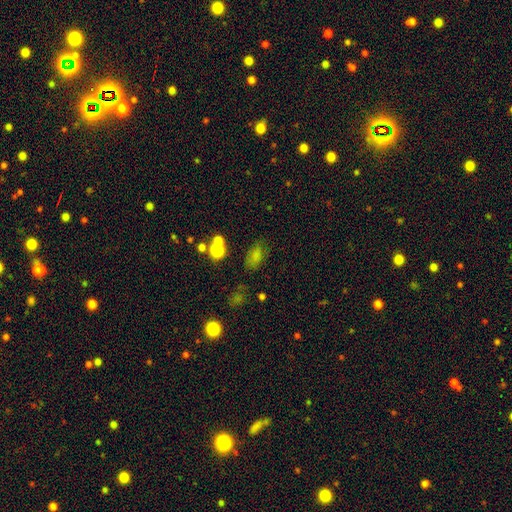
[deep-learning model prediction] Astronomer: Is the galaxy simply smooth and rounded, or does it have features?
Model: smooth — 74%.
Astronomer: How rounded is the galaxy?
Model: in between — 83%.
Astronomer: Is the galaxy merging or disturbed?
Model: none — 64%.